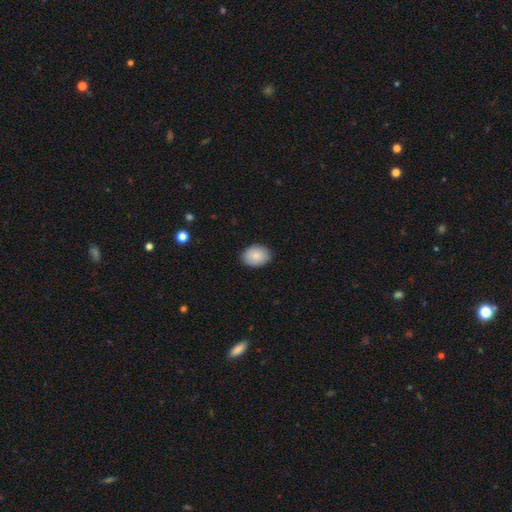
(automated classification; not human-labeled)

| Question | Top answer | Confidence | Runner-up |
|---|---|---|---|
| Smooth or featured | smooth | 87% | star or artifact (7%) |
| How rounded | in between | 70% | round (30%) |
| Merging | none | 87% | minor disturbance (10%) |